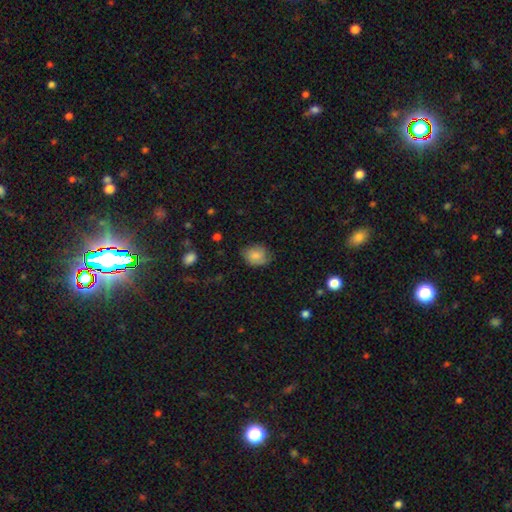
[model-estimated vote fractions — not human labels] Smooth or featured? smooth (75%)
How rounded? in between (52%)
Merging? none (62%)